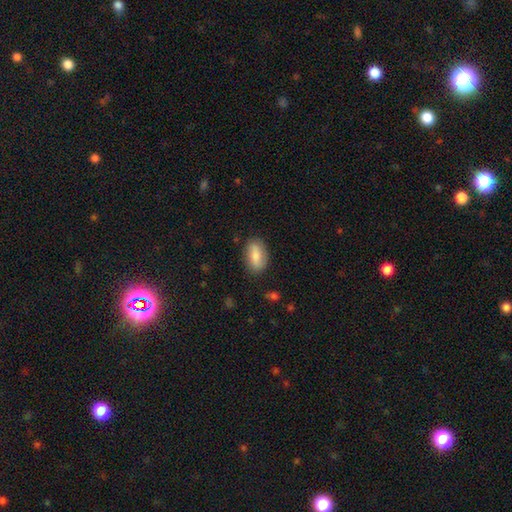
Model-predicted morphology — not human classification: Smooth or featured?
  - smooth: 79% *
  - featured or disk: 14%
  - star or artifact: 7%
How rounded?
  - in between: 89% *
  - round: 6%
  - cigar-shaped: 5%
Merging?
  - none: 82% *
  - minor disturbance: 13%
  - major disturbance: 3%
  - merger: 1%